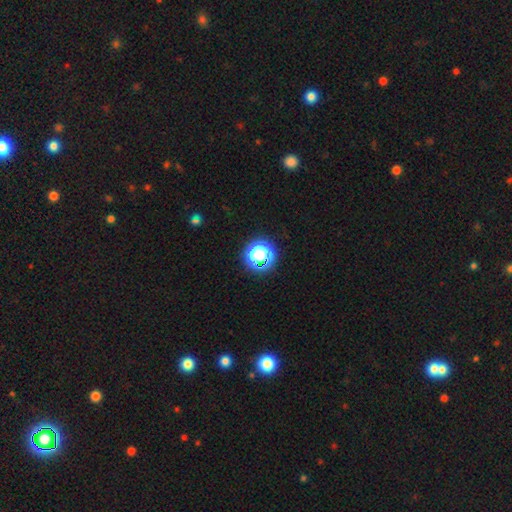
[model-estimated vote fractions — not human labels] smooth_or_featured: star or artifact (p=0.47) [alt: smooth p=0.43]